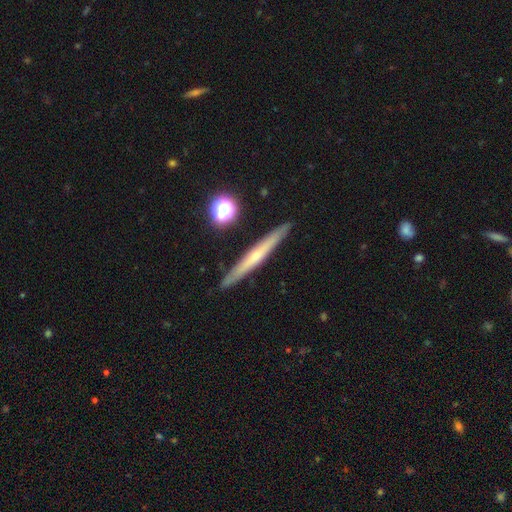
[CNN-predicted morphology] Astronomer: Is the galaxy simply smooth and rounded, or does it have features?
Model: featured or disk — 58% (runner-up: smooth, 35%).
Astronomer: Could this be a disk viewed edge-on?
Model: yes — 95%.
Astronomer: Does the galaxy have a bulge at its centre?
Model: none — 50% (runner-up: rounded, 46%).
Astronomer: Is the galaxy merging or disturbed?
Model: none — 90%.